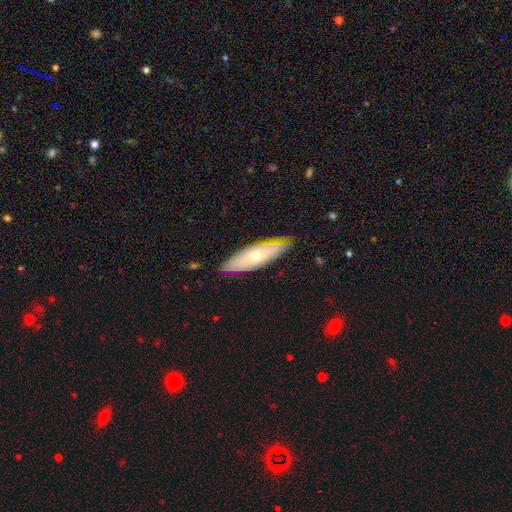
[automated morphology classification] Smooth or featured: featured or disk — 51% (smooth — 42%)
Edge-on disk: no — 57% (yes — 43%)
Merging: none — 81% (minor disturbance — 16%)